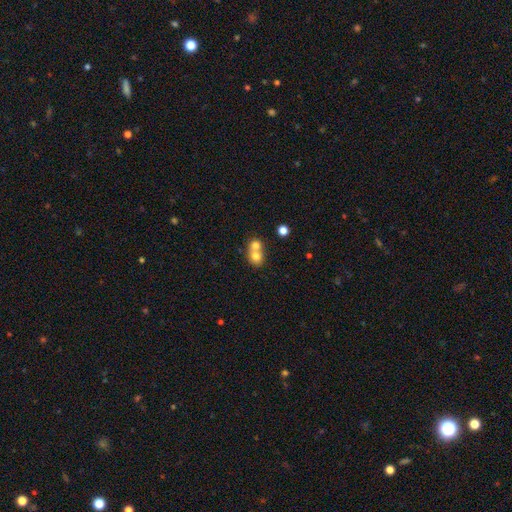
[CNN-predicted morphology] Smooth or featured: smooth — 73% (featured or disk — 17%)
How rounded: round — 72% (in between — 27%)
Merging: merger — 67% (none — 26%)